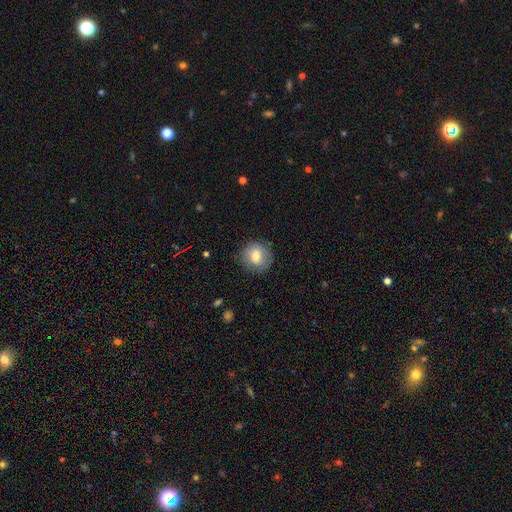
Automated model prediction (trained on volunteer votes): The model was most divided on "smooth or featured": smooth: 73%, featured or disk: 19%, star or artifact: 8%. More confident: how rounded — round (86%); merging — none (80%).